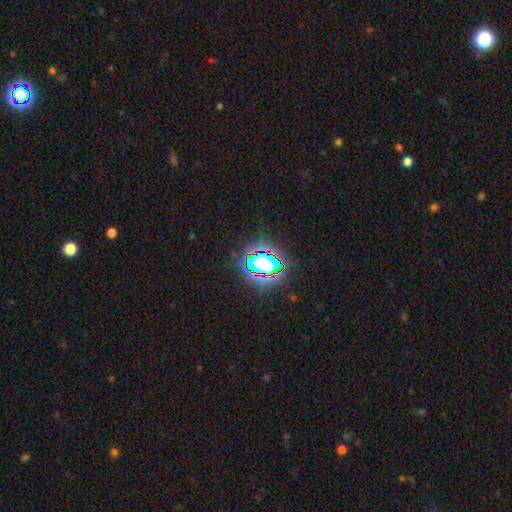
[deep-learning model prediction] star or artifact 78%, smooth 14%, featured or disk 8%.